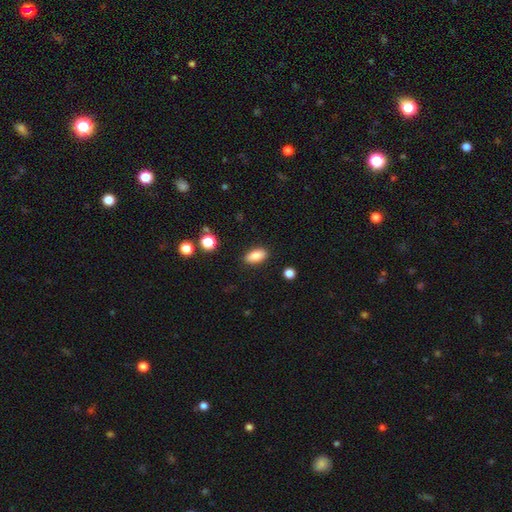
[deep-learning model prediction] Overall: smooth (85%). How rounded: in between (90%). Merging: none (87%).